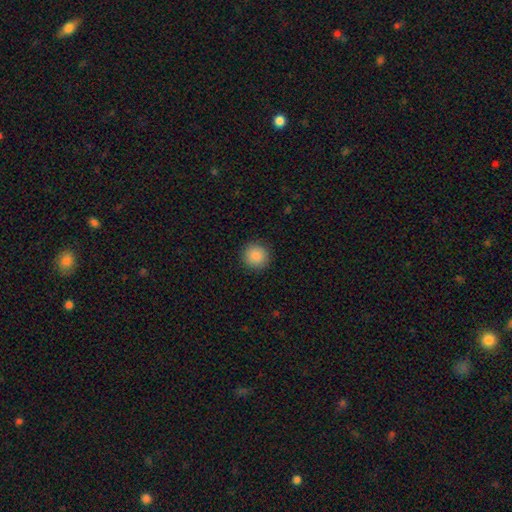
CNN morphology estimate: smooth-or-featured: smooth: 88% | star or artifact: 8% | featured or disk: 3%
  how-rounded: round: 93% | in between: 6% | cigar-shaped: 1%
  merging: none: 91% | minor disturbance: 6% | major disturbance: 2% | merger: 1%